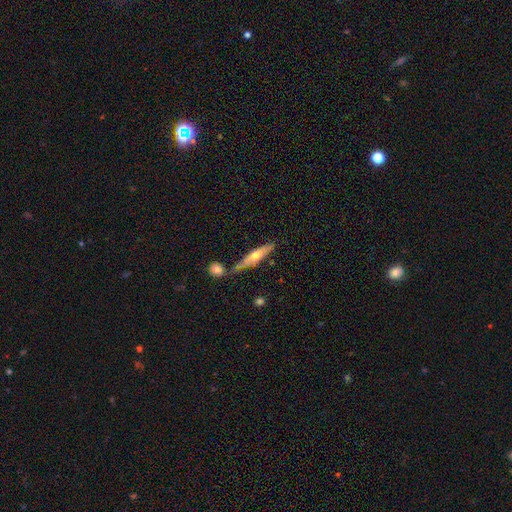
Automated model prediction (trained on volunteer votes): The model was most divided on "smooth or featured": featured or disk: 53%, smooth: 41%, star or artifact: 6%. More confident: edge-on disk — yes (88%); merging — none (65%).